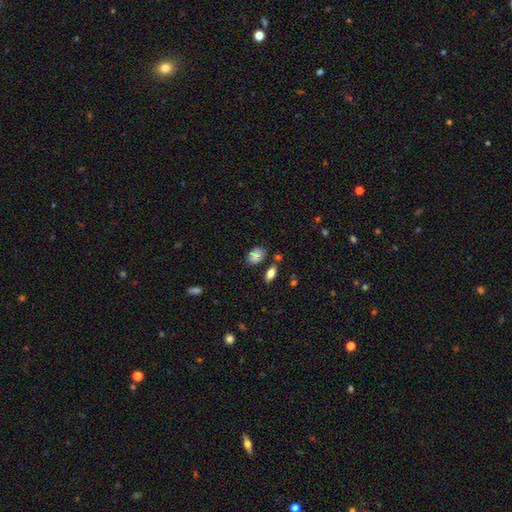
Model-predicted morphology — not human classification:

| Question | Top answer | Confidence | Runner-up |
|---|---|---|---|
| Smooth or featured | smooth | 79% | featured or disk (12%) |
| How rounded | in between | 85% | round (13%) |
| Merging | none | 70% | minor disturbance (16%) |